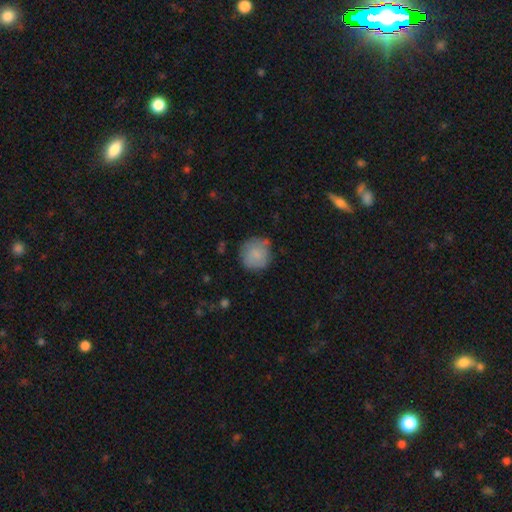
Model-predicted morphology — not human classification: A smooth galaxy with no disk features (80%) that is round (91%). Merging: none (68%).